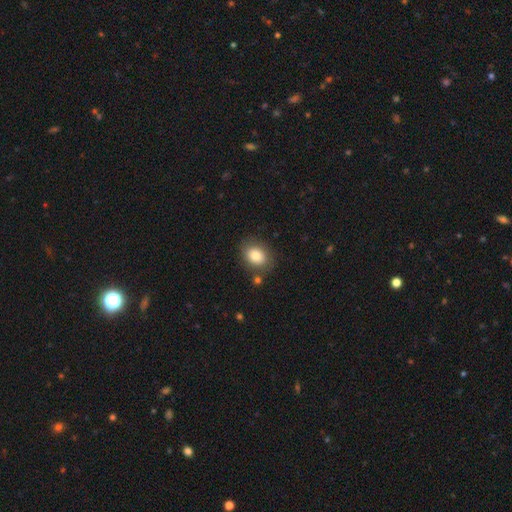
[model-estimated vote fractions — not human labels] A smooth galaxy with no disk features (81%) that is in between round and cigar-shaped (60%). Merging: none (79%).